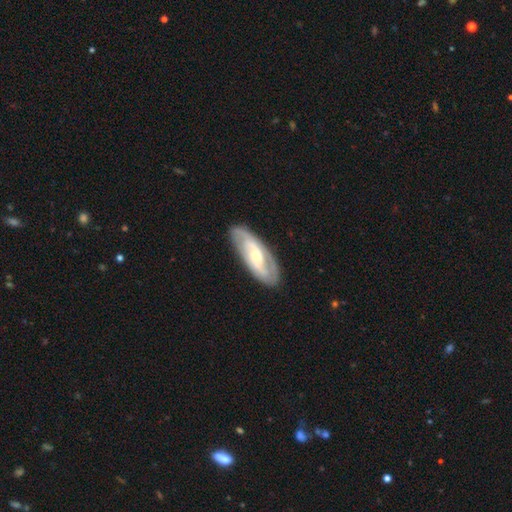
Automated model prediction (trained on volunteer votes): smooth-or-featured: featured or disk: 75% | smooth: 20% | star or artifact: 5%
  disk-edge-on: no: 88% | yes: 12%
    bar: weak: 39% | no: 34% | strong: 26%
    has-spiral-arms: yes: 83% | no: 17%
      spiral-winding: tight: 40% | medium: 39% | loose: 21%
      spiral-arm-count: 2: 73% | can't tell: 18% | 3: 3% | 1: 3% | 4: 2% | more than 4: 1%
    bulge-size: moderate: 52% | small: 42% | large: 4% | none: 1% | dominant: 1%
  merging: none: 84% | minor disturbance: 12% | major disturbance: 3% | merger: 1%